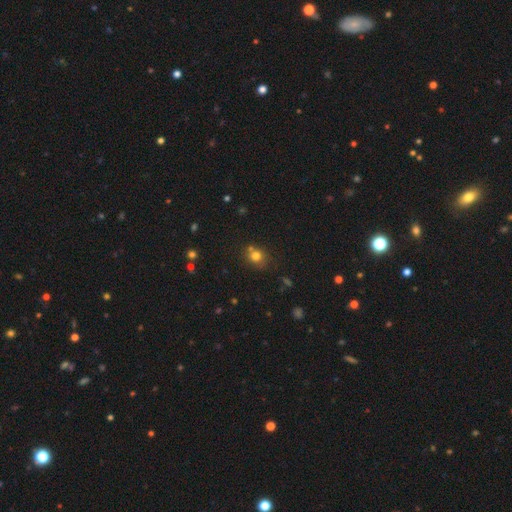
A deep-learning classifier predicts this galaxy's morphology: Overall: smooth (76%). How rounded: round (81%). Merging: none (64%).